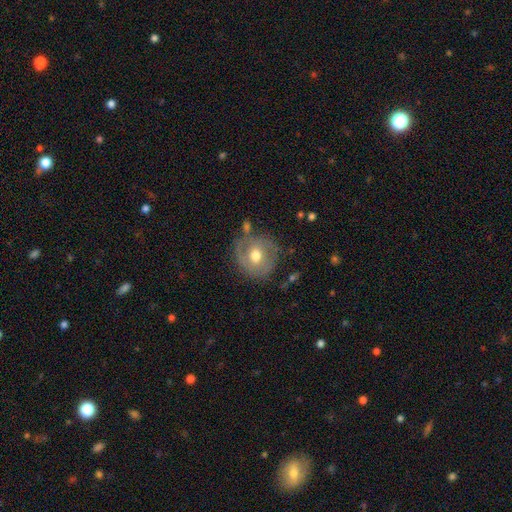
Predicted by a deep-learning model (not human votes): Overall: smooth (47%; featured or disk 45%). Merging: none (68%).